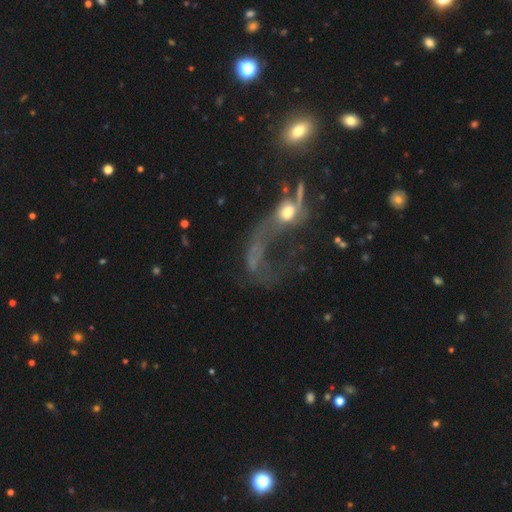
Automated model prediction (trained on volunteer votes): Overall: featured or disk (56%; smooth 27%). Edge-on disk: no (91%). Bar: no (77%). Spiral arms: no (52%; yes 48%). Bulge size: moderate (44%; small 29%). Merging: major disturbance (60%).